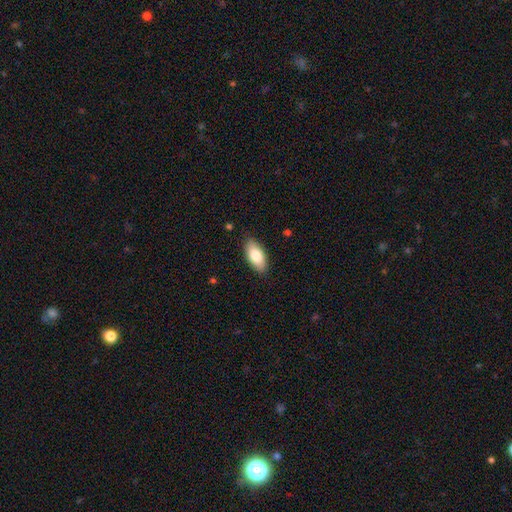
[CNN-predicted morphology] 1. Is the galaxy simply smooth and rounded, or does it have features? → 81% smooth, 13% featured or disk, 6% star or artifact.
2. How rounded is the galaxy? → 90% in between, 8% cigar-shaped, 2% round.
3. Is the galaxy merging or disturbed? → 87% none, 10% minor disturbance, 2% major disturbance, 1% merger.